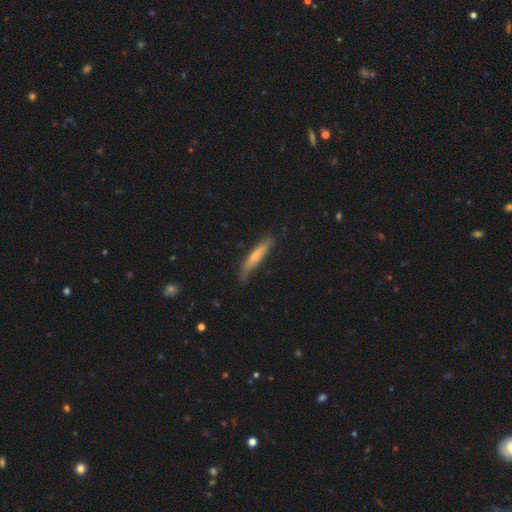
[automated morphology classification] This is likely a smooth galaxy (63%). How rounded: clearly cigar-shaped (88%). Merging: likely none (75%).